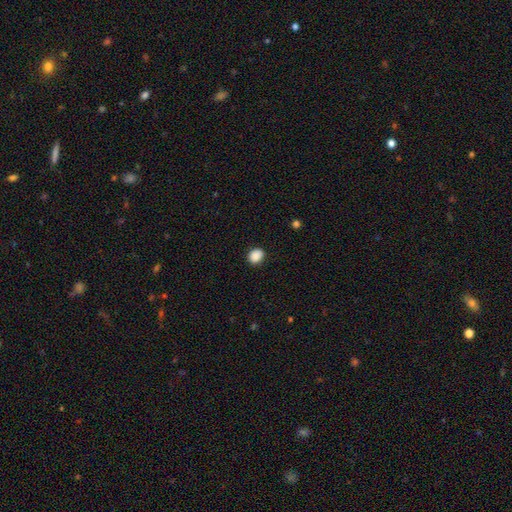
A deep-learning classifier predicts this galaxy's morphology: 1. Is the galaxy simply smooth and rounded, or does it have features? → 88% smooth, 9% star or artifact, 3% featured or disk.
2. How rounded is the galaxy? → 63% round, 36% in between, 1% cigar-shaped.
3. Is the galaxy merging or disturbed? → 86% none, 10% minor disturbance, 2% major disturbance, 1% merger.